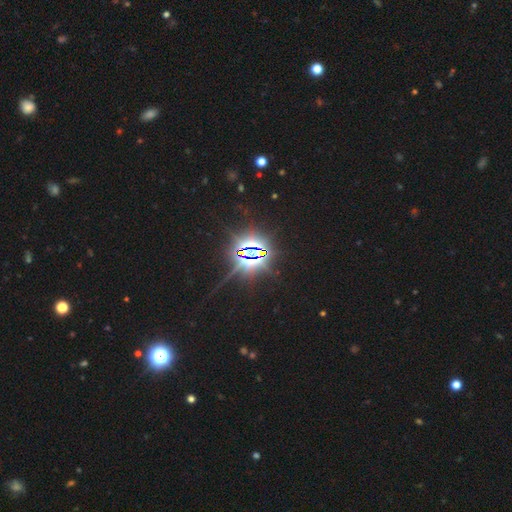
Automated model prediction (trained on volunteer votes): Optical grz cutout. It shows a star or artifact, not a galaxy (85%).